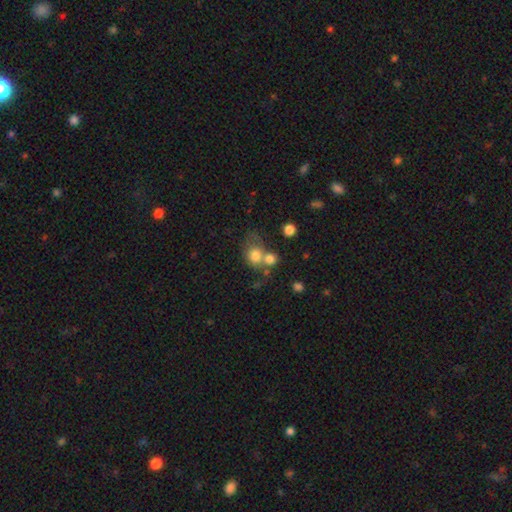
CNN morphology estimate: This is likely a smooth galaxy (75%). How rounded: likely round (69%). Merging: possibly merger (45%).